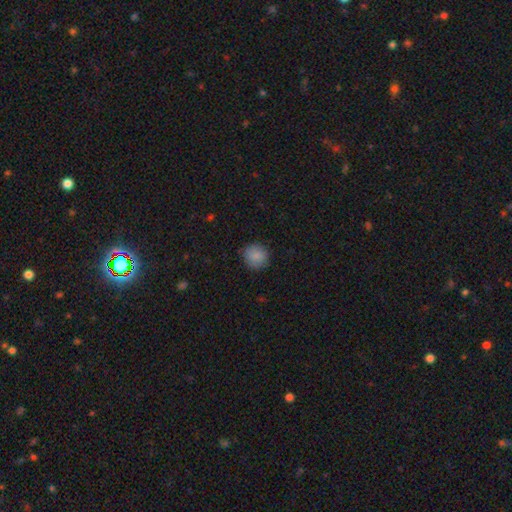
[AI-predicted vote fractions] Morphology: type=smooth (86%); roundness=round (90%); merging=none (87%).